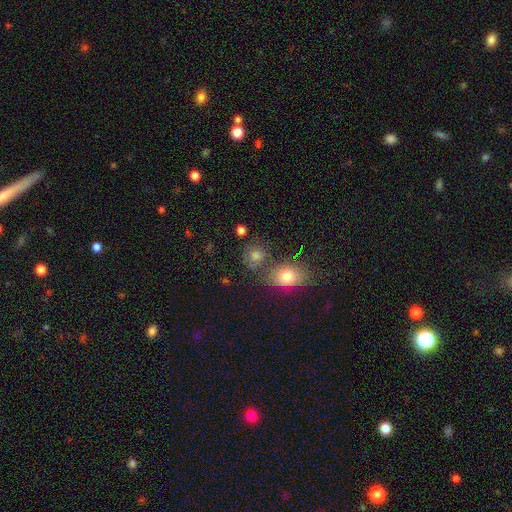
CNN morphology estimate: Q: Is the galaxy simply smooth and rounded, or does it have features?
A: smooth — 73%.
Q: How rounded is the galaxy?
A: round — 68%.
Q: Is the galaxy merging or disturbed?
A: none — 62%.